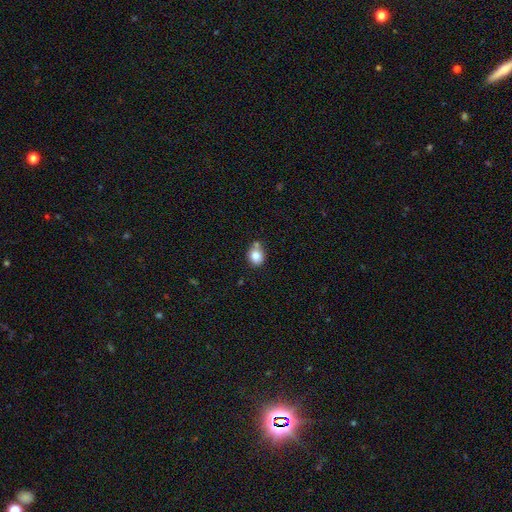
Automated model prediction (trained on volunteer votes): This is clearly a smooth galaxy (83%). How rounded: likely round (66%). Merging: likely none (62%).